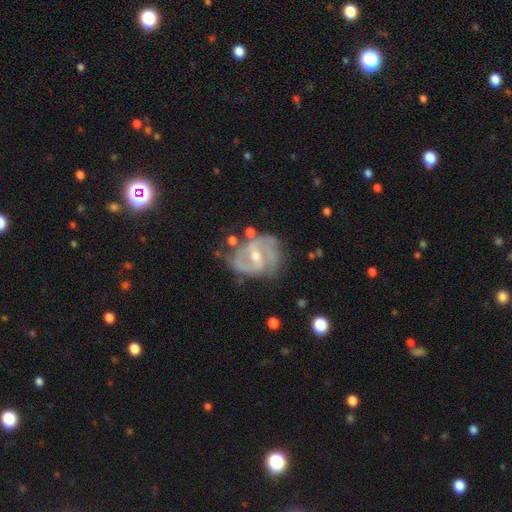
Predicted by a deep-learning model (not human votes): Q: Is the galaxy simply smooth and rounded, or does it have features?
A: featured or disk — 85%.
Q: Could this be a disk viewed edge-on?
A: no — 97%.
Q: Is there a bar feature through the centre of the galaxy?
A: weak — 49%.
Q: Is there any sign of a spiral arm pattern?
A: yes — 91%.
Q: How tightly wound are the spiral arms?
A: medium — 47%.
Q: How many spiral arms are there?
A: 2 — 62%.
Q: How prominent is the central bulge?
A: moderate — 51%.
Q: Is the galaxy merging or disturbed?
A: none — 57%.